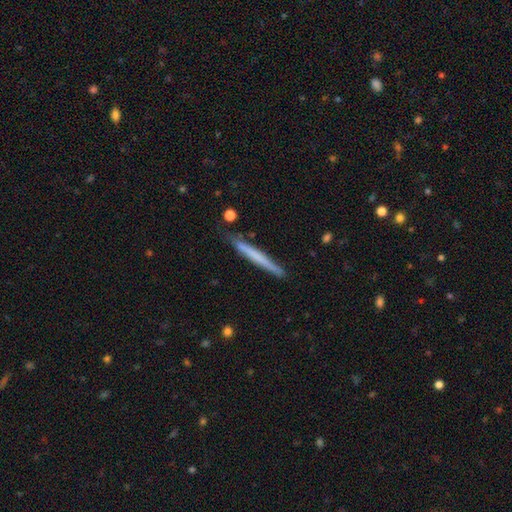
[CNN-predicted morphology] smooth-or-featured: smooth: 57% | featured or disk: 38% | star or artifact: 5%
  how-rounded: cigar-shaped: 97% | in between: 2% | round: 1%
  merging: none: 87% | minor disturbance: 10% | merger: 2% | major disturbance: 2%